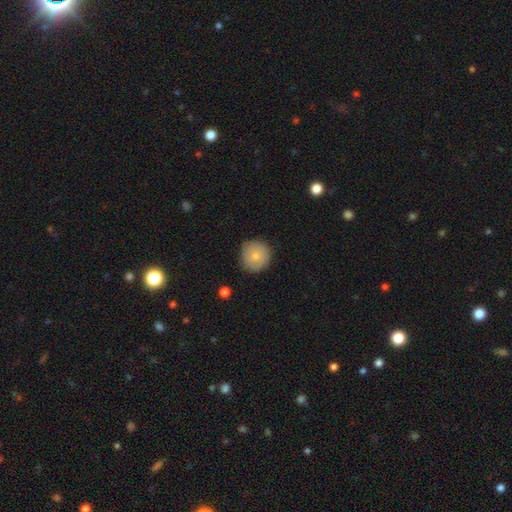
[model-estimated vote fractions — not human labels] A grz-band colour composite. It shows a smooth galaxy with no disk features (80%) that is round (93%). Merging: none (85%).